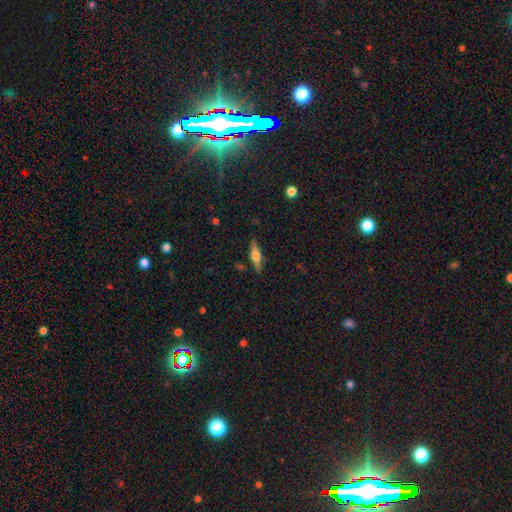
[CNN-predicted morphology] featured or disk 58%, smooth 36%, star or artifact 7%. Down the decision tree: edge-on disk — yes (95%); edge-on bulge — rounded (89%); merging — none (87%).